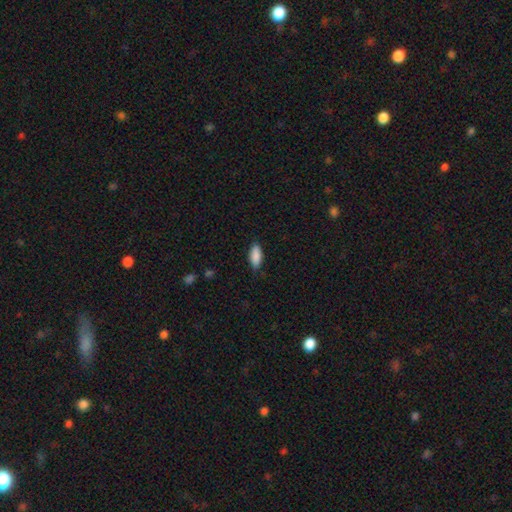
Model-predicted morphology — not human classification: Q: Smooth or featured?
A: smooth (89%); runner-up: star or artifact (6%)
Q: How rounded?
A: in between (83%); runner-up: cigar-shaped (15%)
Q: Merging?
A: none (83%); runner-up: minor disturbance (14%)